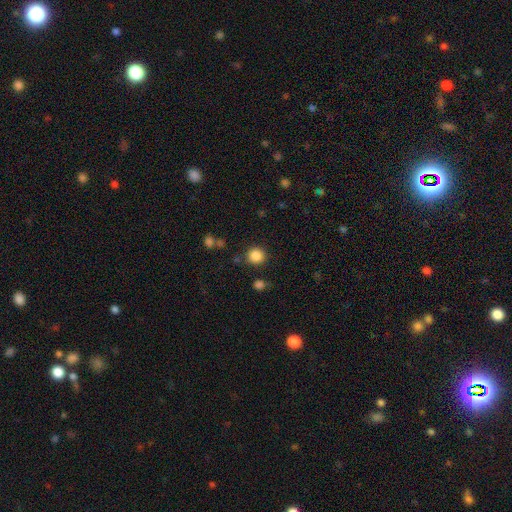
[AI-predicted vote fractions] Smooth or featured? Predicted: smooth (p=0.85). How rounded? Predicted: round (p=0.90). Merging? Predicted: none (p=0.85).